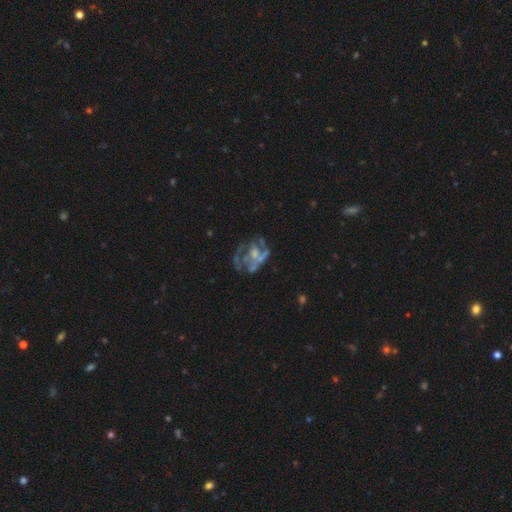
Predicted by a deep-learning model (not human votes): smooth-or-featured: featured or disk: 77% | smooth: 13% | star or artifact: 10%
  disk-edge-on: no: 98% | yes: 2%
    bar: no: 78% | weak: 17% | strong: 4%
    has-spiral-arms: yes: 51% | no: 49%
    bulge-size: moderate: 34% | small: 30% | none: 29% | large: 5% | dominant: 2%
  merging: none: 39% | major disturbance: 35% | minor disturbance: 18% | merger: 8%